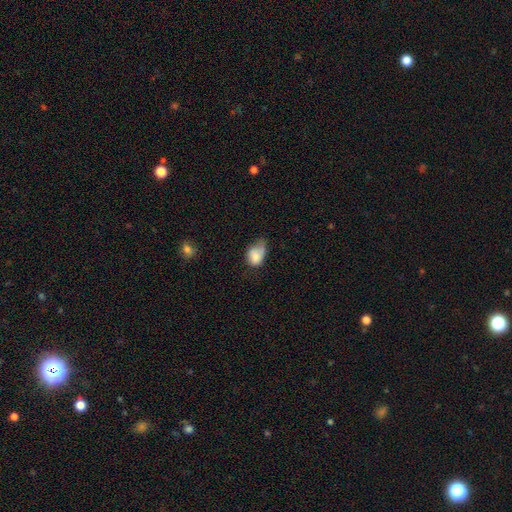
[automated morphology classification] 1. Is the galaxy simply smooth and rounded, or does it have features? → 73% smooth, 19% featured or disk, 8% star or artifact.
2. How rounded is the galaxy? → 73% in between, 25% round, 1% cigar-shaped.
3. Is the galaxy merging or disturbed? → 41% minor disturbance, 29% major disturbance, 26% none, 5% merger.